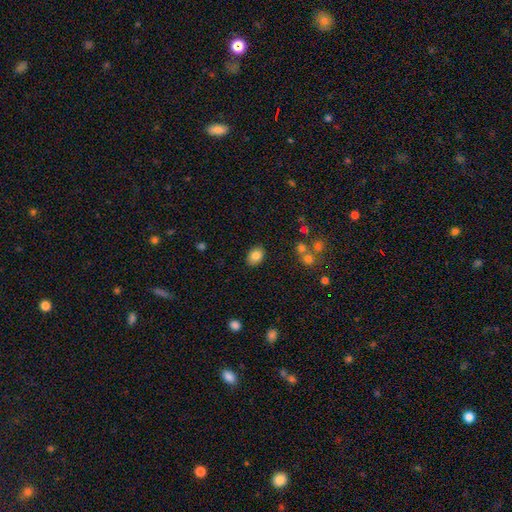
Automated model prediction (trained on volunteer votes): Smooth or featured? smooth (83%)
How rounded? in between (74%)
Merging? none (86%)